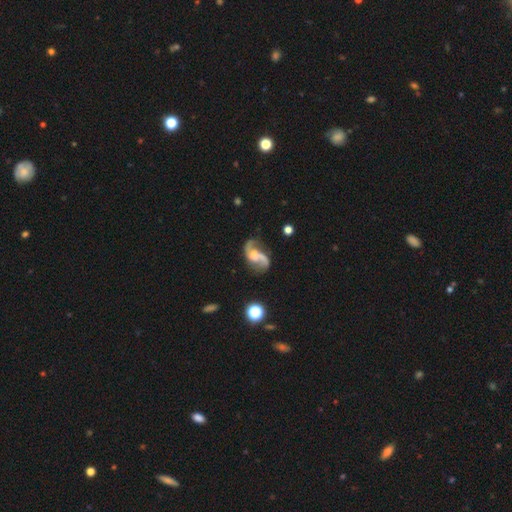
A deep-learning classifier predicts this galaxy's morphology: The model was most divided on "bulge size": none: 42%, small: 33%, moderate: 19%, large: 5%, dominant: 2%. More confident: edge-on disk — no (98%); spiral arms — yes (95%); spiral arm count — 2 (90%); smooth or featured — featured or disk (85%); spiral winding — loose (72%); merging — none (57%); bar — no (52%).